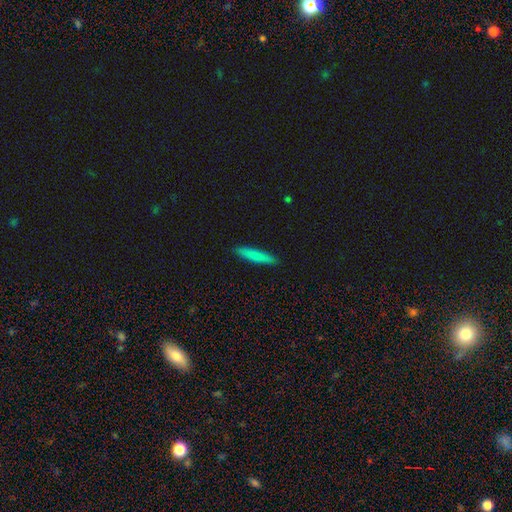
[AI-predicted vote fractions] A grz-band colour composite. It shows a smooth galaxy with no disk features (82%) that is cigar-shaped (90%). Merging: none (91%).